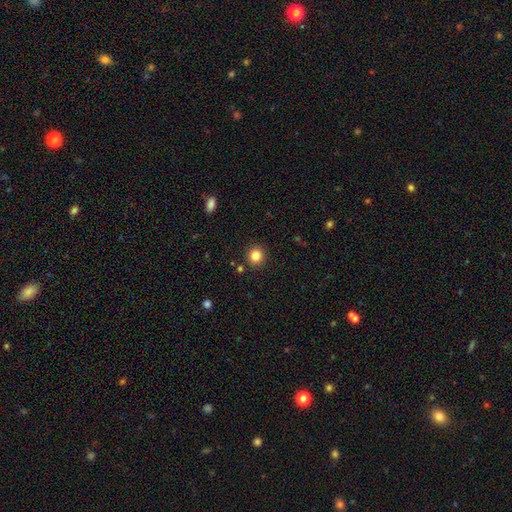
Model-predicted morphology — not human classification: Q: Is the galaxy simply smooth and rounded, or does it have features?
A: smooth — 83%.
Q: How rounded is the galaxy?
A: round — 91%.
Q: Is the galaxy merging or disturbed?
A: none — 90%.